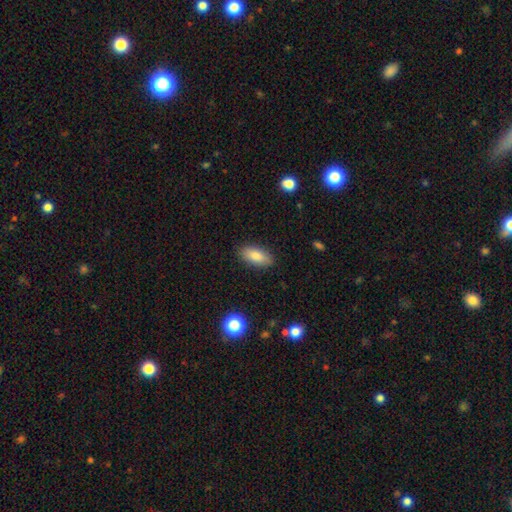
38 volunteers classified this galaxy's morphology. Smooth or featured: smooth — 84% (featured or disk — 11%)
How rounded: in between — 69% (cigar-shaped — 28%)
Merging: none — 86% (minor disturbance — 8%)